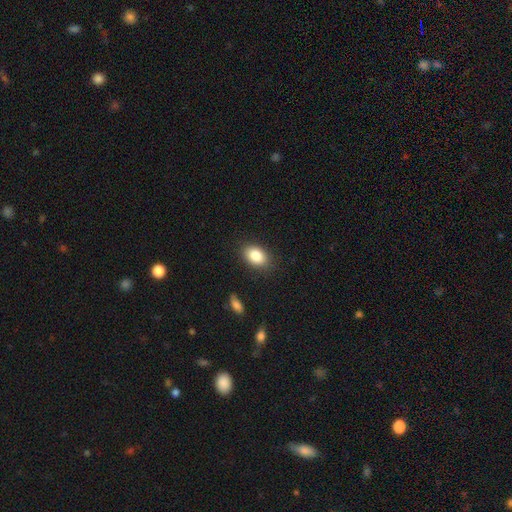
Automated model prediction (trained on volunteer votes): A smooth galaxy with no disk features (86%) that is in between round and cigar-shaped (84%).

Vote fractions:
- Smooth or featured? smooth: 86% / star or artifact: 8% / featured or disk: 7%
- How rounded? in between: 84% / round: 14% / cigar-shaped: 1%
- Merging? none: 86% / minor disturbance: 10% / major disturbance: 3% / merger: 1%